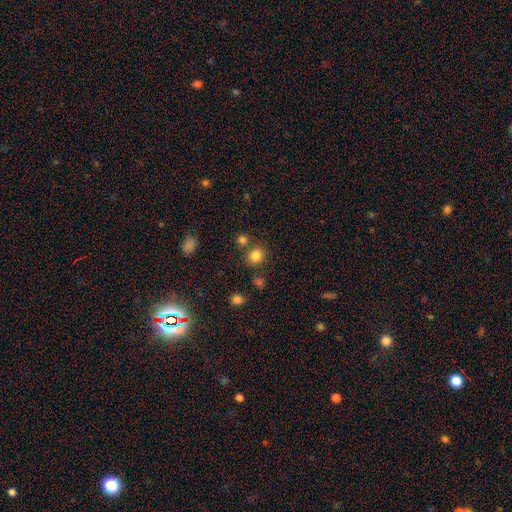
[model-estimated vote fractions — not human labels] Smooth or featured? Predicted: smooth (p=0.82). How rounded? Predicted: round (p=0.85). Merging? Predicted: none (p=0.77).